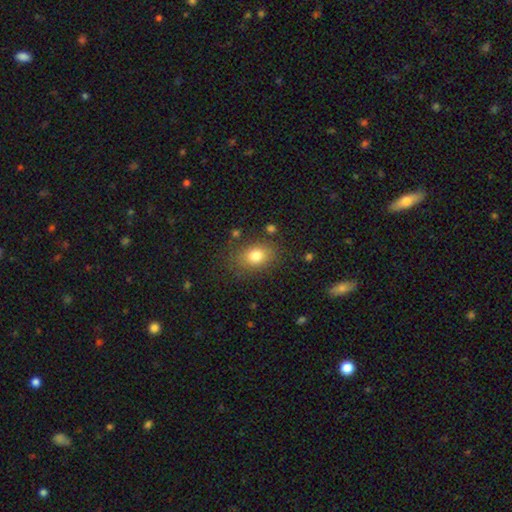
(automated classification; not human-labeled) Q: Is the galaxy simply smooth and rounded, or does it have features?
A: smooth — 79%.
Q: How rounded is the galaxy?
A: in between — 64%.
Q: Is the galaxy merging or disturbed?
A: none — 80%.